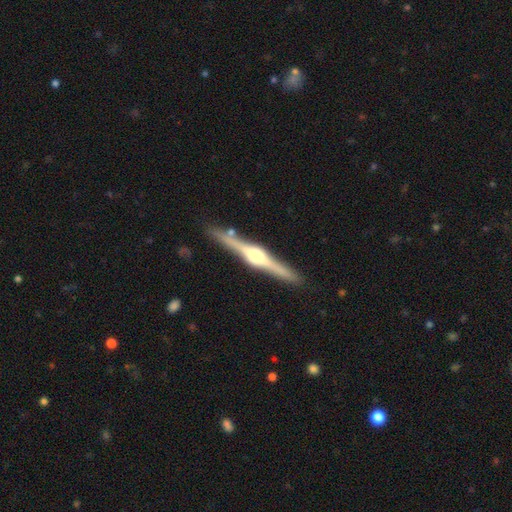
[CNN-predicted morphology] Smooth or featured: featured or disk — 85% (smooth — 11%)
Edge-on disk: yes — 98% (no — 2%)
Edge-on bulge: rounded — 91% (boxy — 7%)
Merging: none — 89% (minor disturbance — 7%)